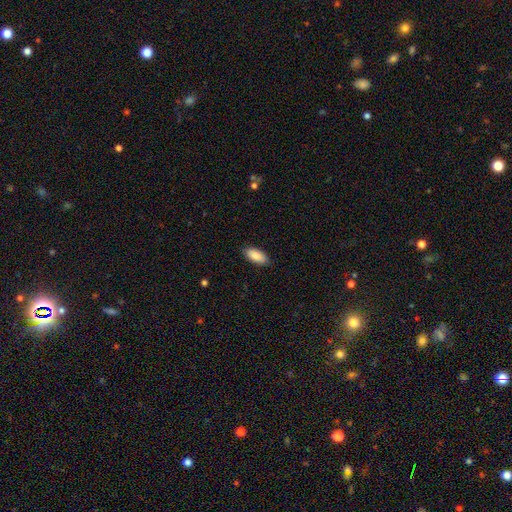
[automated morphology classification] Smooth or featured: smooth — 89% (star or artifact — 6%)
How rounded: in between — 90% (cigar-shaped — 8%)
Merging: none — 88% (minor disturbance — 9%)